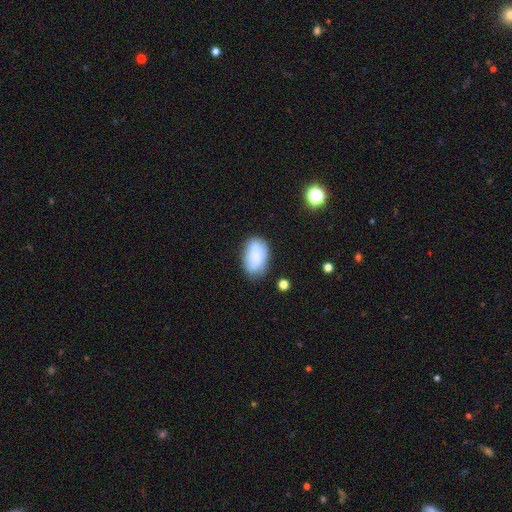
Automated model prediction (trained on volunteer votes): The model was most divided on "merging": none: 63%, minor disturbance: 25%, major disturbance: 7%, merger: 4%. More confident: how rounded — in between (90%); smooth or featured — smooth (82%).